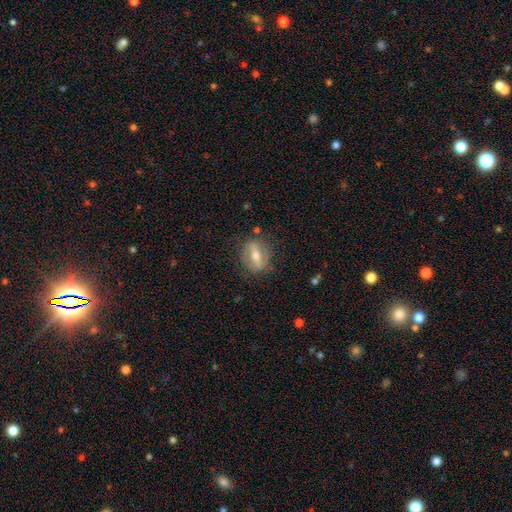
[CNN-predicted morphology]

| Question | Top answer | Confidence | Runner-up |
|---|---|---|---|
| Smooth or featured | featured or disk | 63% | smooth (30%) |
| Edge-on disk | no | 78% | yes (22%) |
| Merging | none | 75% | minor disturbance (16%) |